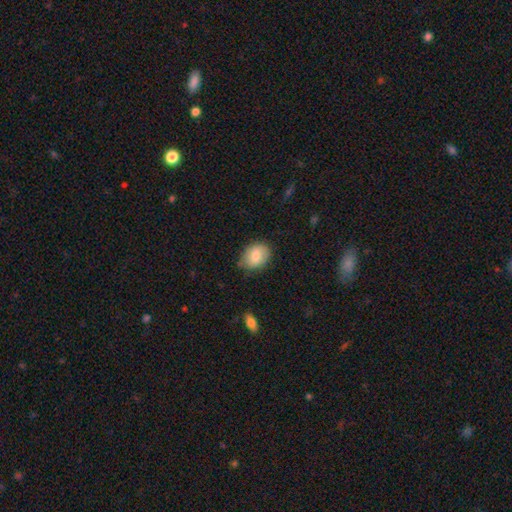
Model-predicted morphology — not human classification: A smooth galaxy with no disk features (81%) that is in between round and cigar-shaped (65%).

Vote fractions:
- Smooth or featured? smooth: 81% / featured or disk: 12% / star or artifact: 7%
- How rounded? in between: 65% / round: 34% / cigar-shaped: 1%
- Merging? none: 77% / minor disturbance: 18% / major disturbance: 3% / merger: 2%